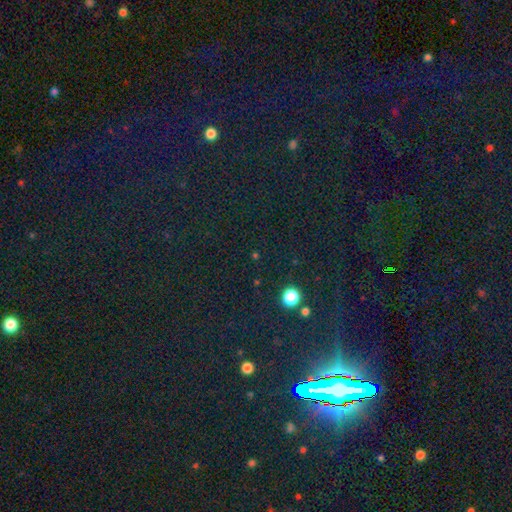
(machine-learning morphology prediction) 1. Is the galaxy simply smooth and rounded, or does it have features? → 56% star or artifact, 37% smooth, 7% featured or disk.